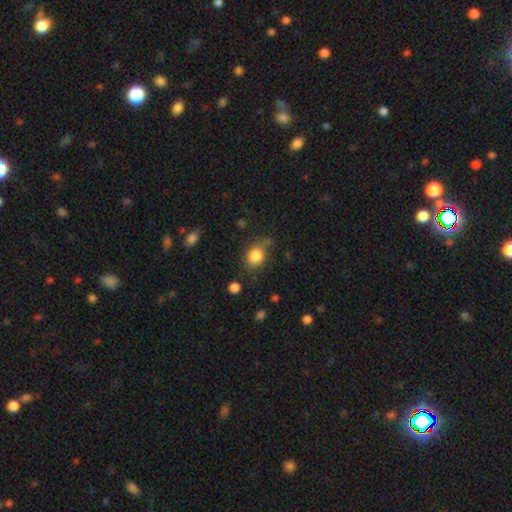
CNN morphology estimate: A smooth galaxy with no disk features (83%) that is in between round and cigar-shaped (57%). Merging: none (67%).